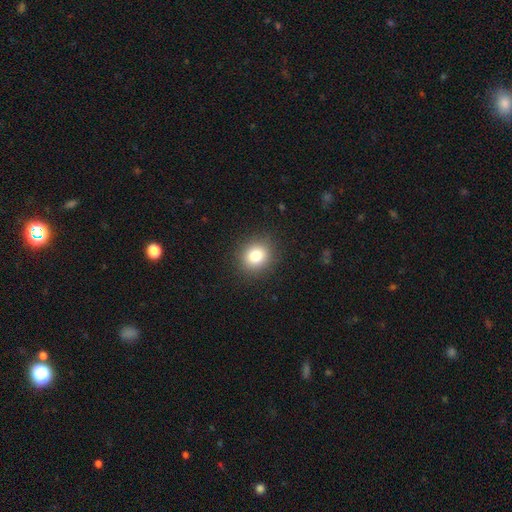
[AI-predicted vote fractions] Smooth or featured: smooth — 81% (star or artifact — 11%)
How rounded: round — 77% (in between — 23%)
Merging: none — 90% (minor disturbance — 7%)